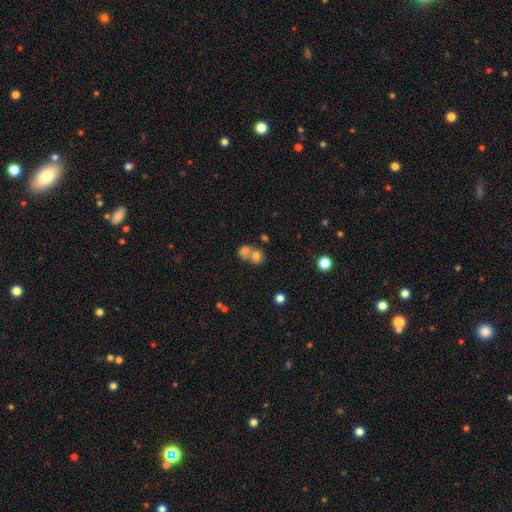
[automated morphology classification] A smooth galaxy with no disk features (56%) that is round (65%).

Vote fractions:
- Smooth or featured? smooth: 56% / star or artifact: 24% / featured or disk: 20%
- How rounded? round: 65% / in between: 32% / cigar-shaped: 2%
- Merging? merger: 51% / none: 36% / minor disturbance: 7% / major disturbance: 6%